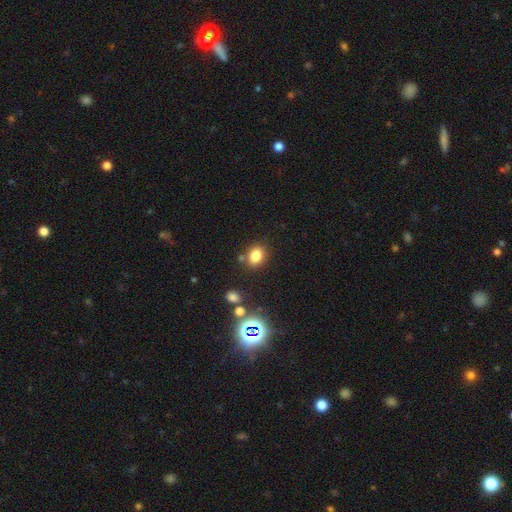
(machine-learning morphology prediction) Overall: smooth (79%). How rounded: in between (58%; round 40%). Merging: none (76%).